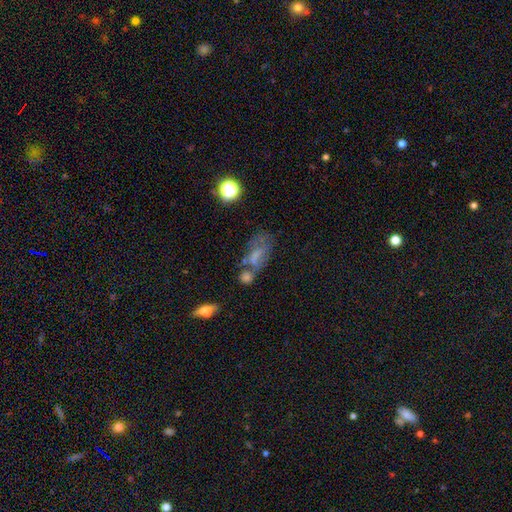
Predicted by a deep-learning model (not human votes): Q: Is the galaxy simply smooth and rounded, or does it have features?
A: smooth — 49%.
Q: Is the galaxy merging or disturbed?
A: none — 30%.